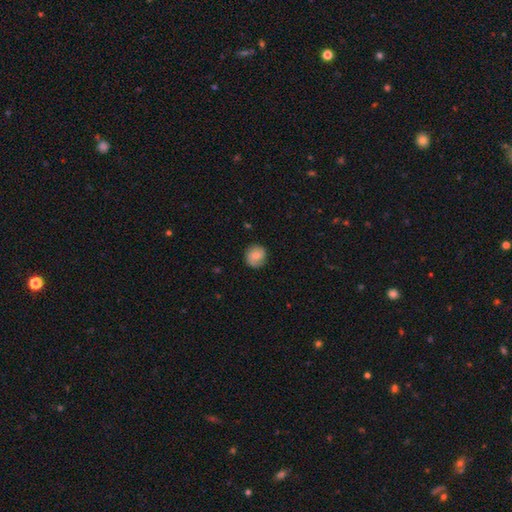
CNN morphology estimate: A smooth galaxy with no disk features (68%) that is round (89%).

Vote fractions:
- Smooth or featured? smooth: 68% / featured or disk: 24% / star or artifact: 8%
- How rounded? round: 89% / in between: 11% / cigar-shaped: 1%
- Merging? none: 83% / minor disturbance: 13% / major disturbance: 3% / merger: 1%